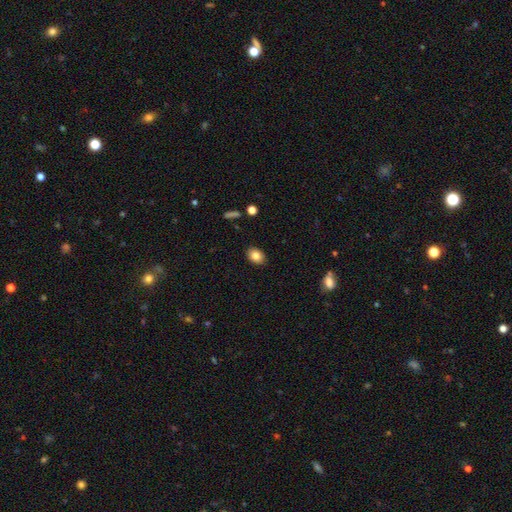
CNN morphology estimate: A smooth galaxy with no disk features (84%) that is in between round and cigar-shaped (73%). Merging: none (88%).